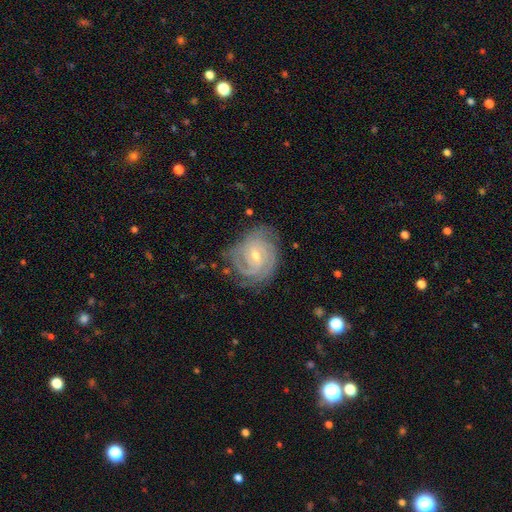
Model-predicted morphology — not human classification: Overall: featured or disk (87%). Edge-on disk: no (97%). Bar: weak (47%; no 40%). Spiral arms: yes (97%). Spiral arm count: 3 (32%; 2 24%). Spiral winding: tight (68%). Bulge size: small (59%; moderate 38%). Merging: none (73%).